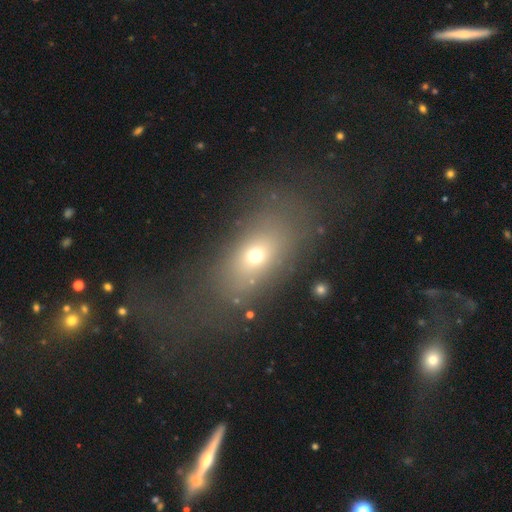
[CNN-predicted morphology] The model was most divided on "smooth or featured": smooth: 62%, featured or disk: 21%, star or artifact: 17%. More confident: how rounded — in between (72%); merging — none (68%).